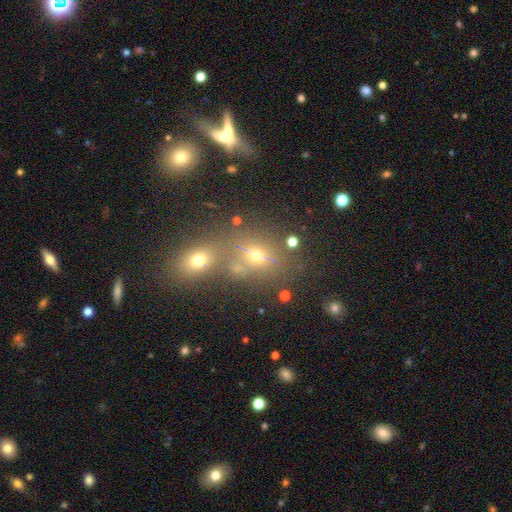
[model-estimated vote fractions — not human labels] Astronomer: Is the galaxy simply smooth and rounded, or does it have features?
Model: smooth — 49% (runner-up: star or artifact, 32%).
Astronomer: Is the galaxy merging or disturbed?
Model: none — 48% (runner-up: merger, 37%).